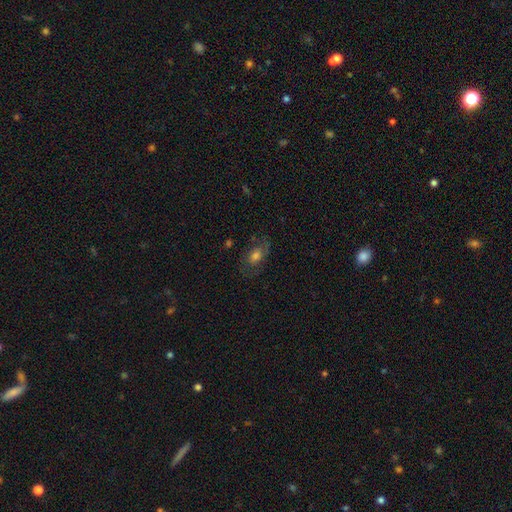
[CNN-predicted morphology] type=smooth (45%); merging=none (67%).